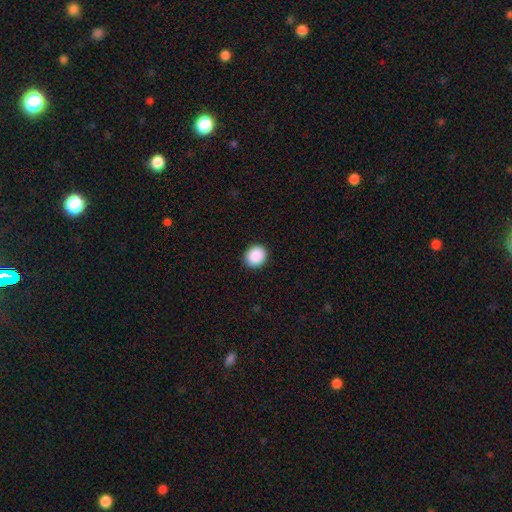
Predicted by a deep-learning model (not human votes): A smooth galaxy with no disk features (90%) that is round (69%).

Vote fractions:
- Smooth or featured? smooth: 90% / star or artifact: 8% / featured or disk: 2%
- How rounded? round: 69% / in between: 30% / cigar-shaped: 1%
- Merging? none: 91% / minor disturbance: 6% / major disturbance: 2% / merger: 1%